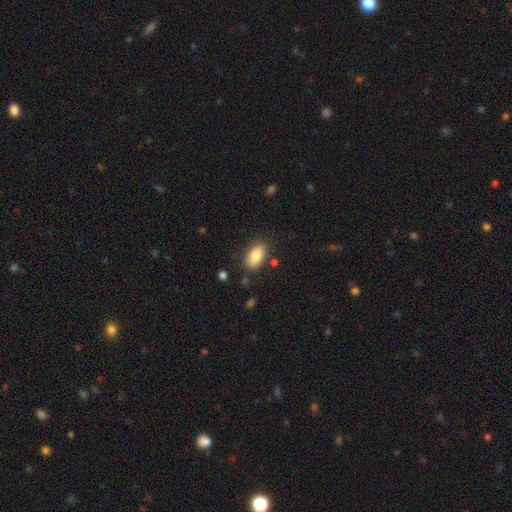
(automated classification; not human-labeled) A smooth galaxy with no disk features (82%) that is in between round and cigar-shaped (90%). Merging: none (84%).